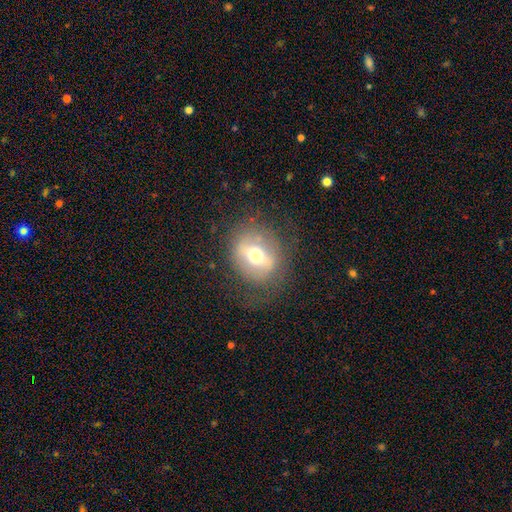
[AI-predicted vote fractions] Overall: featured or disk (46%; smooth 44%). Merging: none (71%).